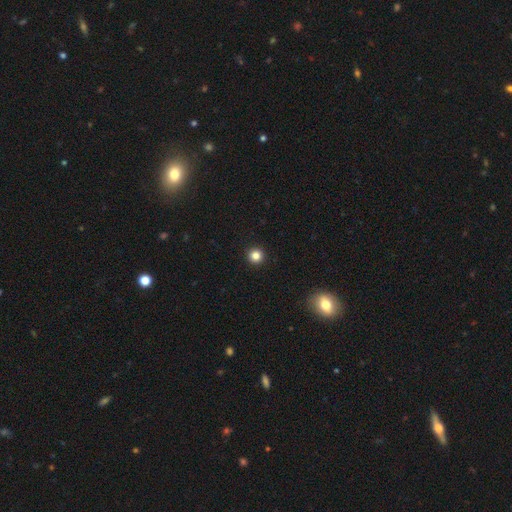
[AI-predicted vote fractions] Smooth or featured? Predicted: smooth (p=0.84). How rounded? Predicted: round (p=0.96). Merging? Predicted: none (p=0.94).